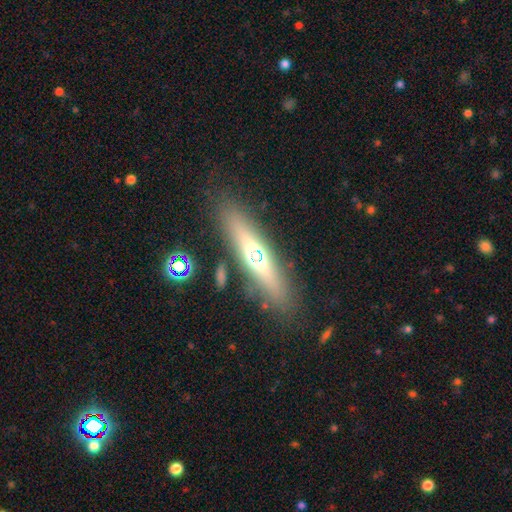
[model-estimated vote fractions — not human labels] smooth-or-featured: featured or disk: 49% | smooth: 38% | star or artifact: 13%
  merging: none: 83% | minor disturbance: 9% | major disturbance: 4% | merger: 3%